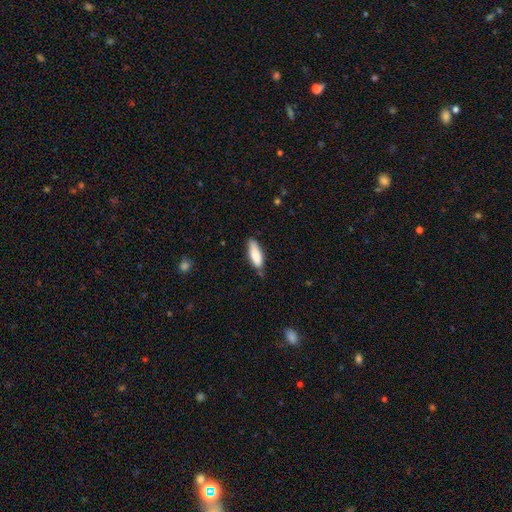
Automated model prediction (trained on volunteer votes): A smooth galaxy with no disk features (83%) that is in between round and cigar-shaped (61%).

Vote fractions:
- Smooth or featured? smooth: 83% / featured or disk: 11% / star or artifact: 6%
- How rounded? in between: 61% / cigar-shaped: 37% / round: 2%
- Merging? none: 69% / minor disturbance: 24% / major disturbance: 4% / merger: 3%